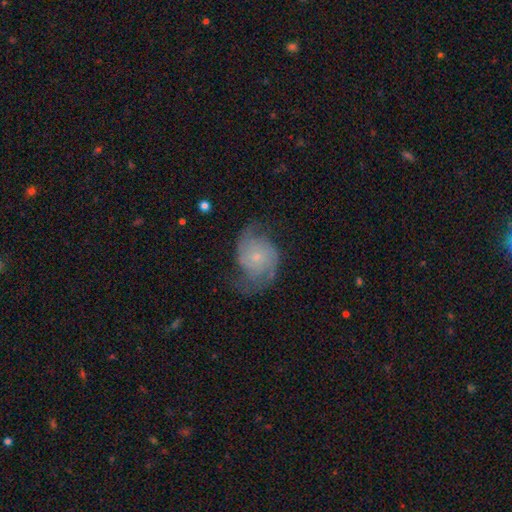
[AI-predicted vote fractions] smooth_or_featured: featured or disk (p=0.81) [alt: smooth p=0.12]
disk_edge_on: no (p=0.98) [alt: yes p=0.02]
bar: no (p=0.77) [alt: weak p=0.20]
has_spiral_arms: yes (p=0.95) [alt: no p=0.05]
spiral_winding: medium (p=0.44) [alt: loose p=0.30]
spiral_arm_count: 2 (p=0.85) [alt: can't tell p=0.06]
bulge_size: small (p=0.79) [alt: moderate p=0.13]
merging: none (p=0.64) [alt: minor disturbance p=0.21]